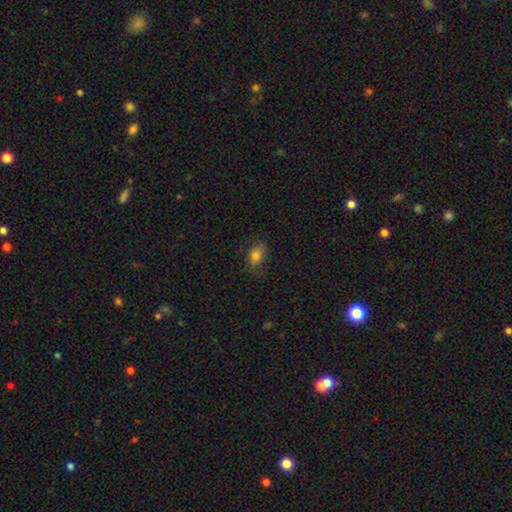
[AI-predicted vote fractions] Smooth or featured: smooth — 80% (star or artifact — 11%)
How rounded: in between — 80% (round — 18%)
Merging: none — 70% (minor disturbance — 22%)